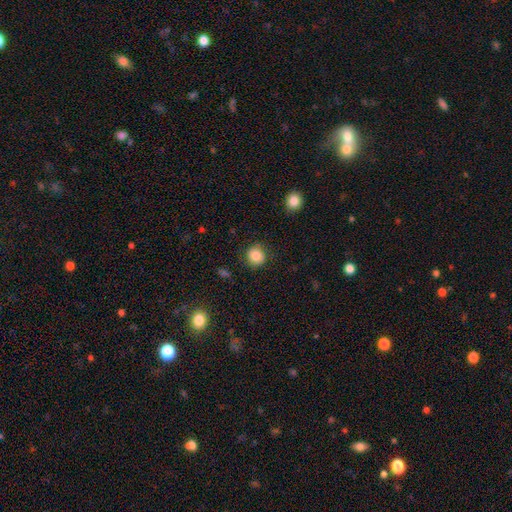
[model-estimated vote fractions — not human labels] smooth-or-featured: smooth: 84% | star or artifact: 9% | featured or disk: 7%
  how-rounded: round: 89% | in between: 10% | cigar-shaped: 1%
  merging: none: 84% | minor disturbance: 11% | major disturbance: 3% | merger: 1%